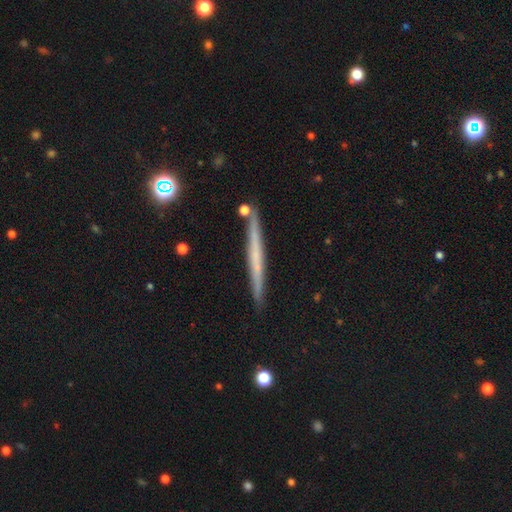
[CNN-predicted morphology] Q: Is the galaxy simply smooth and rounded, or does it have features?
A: featured or disk — 52%.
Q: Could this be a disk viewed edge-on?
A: yes — 96%.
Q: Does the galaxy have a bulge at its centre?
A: none — 84%.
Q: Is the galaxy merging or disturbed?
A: none — 89%.